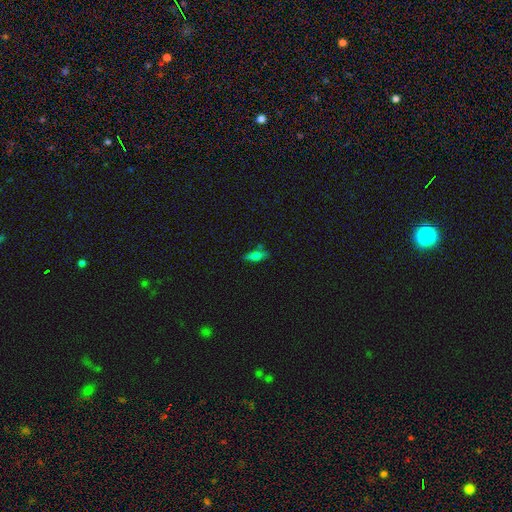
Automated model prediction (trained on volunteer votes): A smooth galaxy with no disk features (66%) that is in between round and cigar-shaped (56%).

Vote fractions:
- Smooth or featured? smooth: 66% / featured or disk: 22% / star or artifact: 12%
- How rounded? in between: 56% / cigar-shaped: 40% / round: 4%
- Merging? none: 72% / minor disturbance: 17% / merger: 6% / major disturbance: 4%